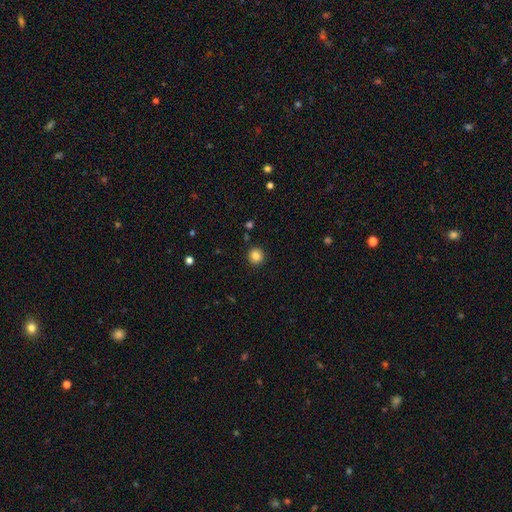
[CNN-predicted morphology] A smooth galaxy with no disk features (85%) that is round (89%). Merging: none (90%).